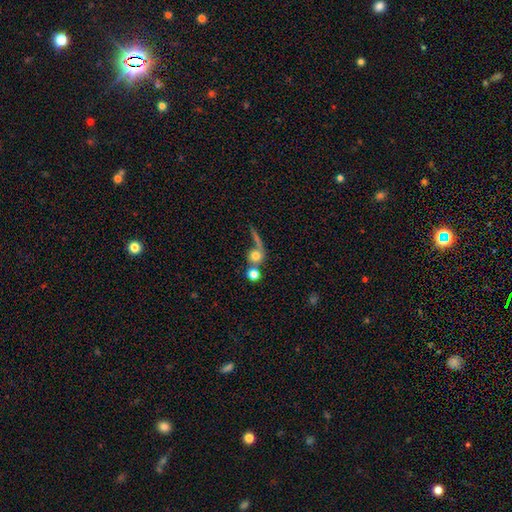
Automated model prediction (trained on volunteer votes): Smooth or featured: smooth — 67% (featured or disk — 20%)
How rounded: round — 85% (in between — 11%)
Merging: merger — 41% (none — 35%)